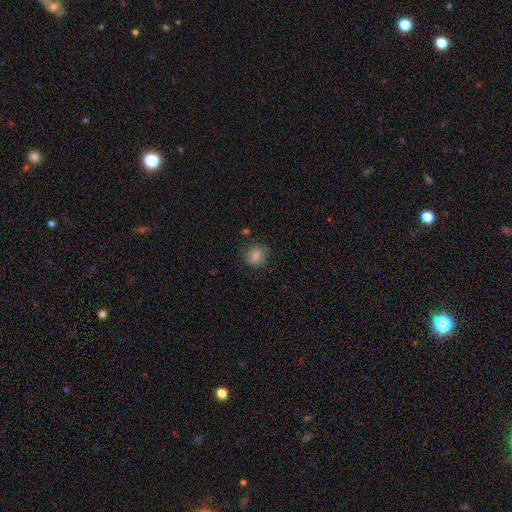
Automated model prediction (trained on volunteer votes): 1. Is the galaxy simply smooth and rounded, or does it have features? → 79% smooth, 11% featured or disk, 10% star or artifact.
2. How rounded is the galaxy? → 81% round, 18% in between, 1% cigar-shaped.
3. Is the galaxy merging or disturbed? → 77% none, 16% minor disturbance, 5% major disturbance, 2% merger.